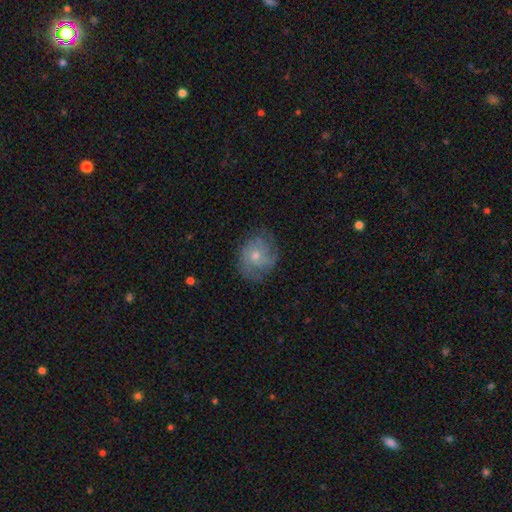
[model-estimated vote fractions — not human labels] This appears to be a featured or disk galaxy (60%) with no bar (82%), spiral arms (82%) and a small central bulge (50%). Merging: none (71%).